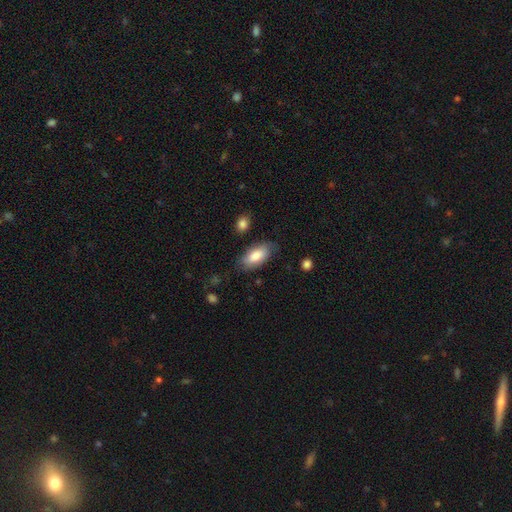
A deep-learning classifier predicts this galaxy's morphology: The model was most divided on "merging": none: 78%, minor disturbance: 16%, major disturbance: 4%, merger: 2%. More confident: how rounded — in between (89%); smooth or featured — smooth (82%).